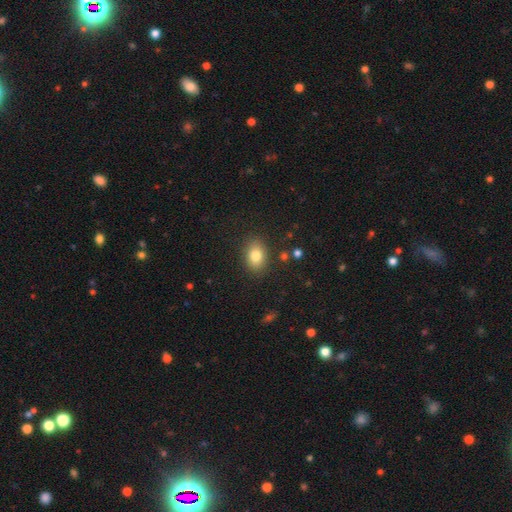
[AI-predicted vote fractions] A smooth galaxy with no disk features (80%) that is in between round and cigar-shaped (76%).

Vote fractions:
- Smooth or featured? smooth: 80% / featured or disk: 10% / star or artifact: 10%
- How rounded? in between: 76% / round: 23% / cigar-shaped: 1%
- Merging? none: 86% / minor disturbance: 10% / major disturbance: 3% / merger: 2%